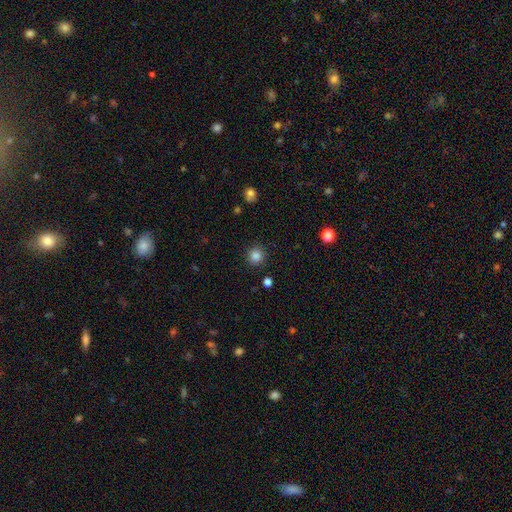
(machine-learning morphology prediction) The model was most divided on "smooth or featured": smooth: 84%, star or artifact: 11%, featured or disk: 5%. More confident: how rounded — round (94%); merging — none (91%).